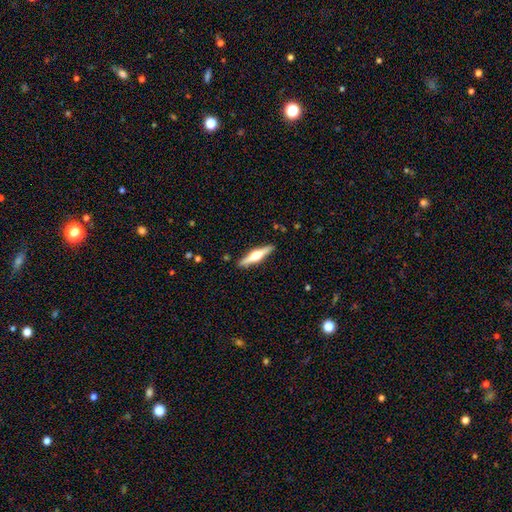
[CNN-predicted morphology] featured or disk 68%, smooth 27%, star or artifact 5%. Down the decision tree: edge-on disk — yes (97%); edge-on bulge — rounded (94%); merging — none (90%).